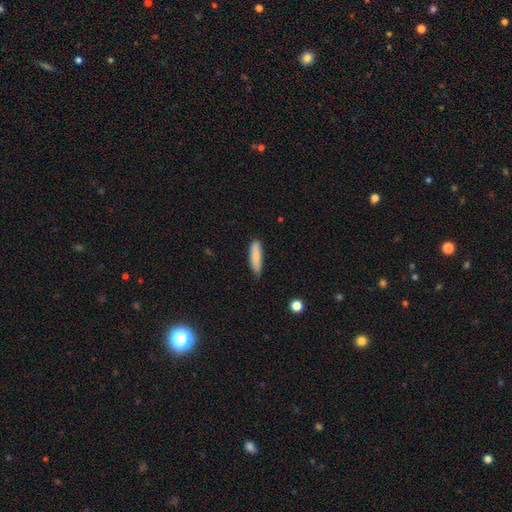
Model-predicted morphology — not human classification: A smooth galaxy with no disk features (84%) that is cigar-shaped (69%). Merging: none (79%).